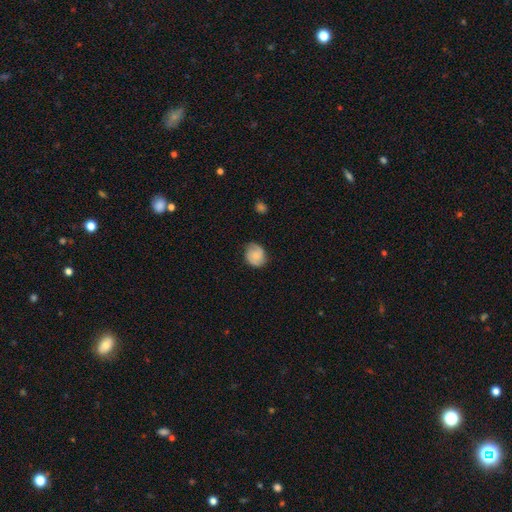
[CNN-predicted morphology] This appears to be a smooth galaxy with no disk features (52%) that is round (60%). Merging: none (73%).